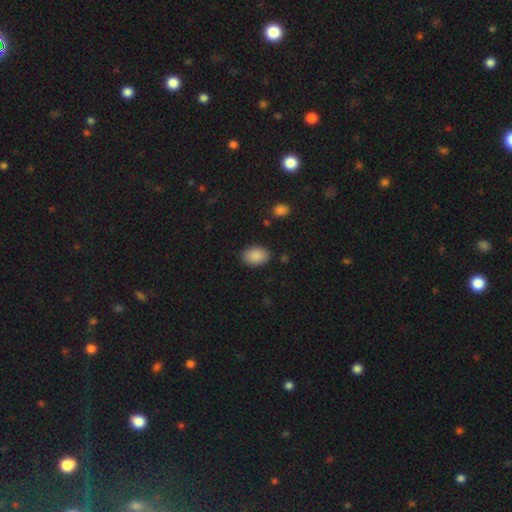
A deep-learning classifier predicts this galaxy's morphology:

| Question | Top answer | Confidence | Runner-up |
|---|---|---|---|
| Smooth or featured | smooth | 89% | star or artifact (7%) |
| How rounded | in between | 83% | round (16%) |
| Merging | none | 86% | minor disturbance (10%) |